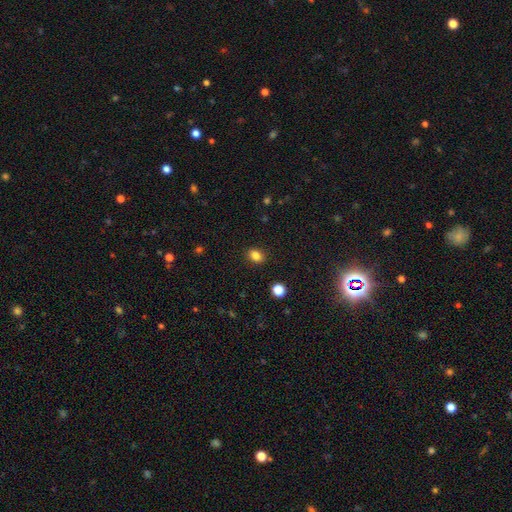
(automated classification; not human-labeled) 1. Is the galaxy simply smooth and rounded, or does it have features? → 83% smooth, 12% star or artifact, 6% featured or disk.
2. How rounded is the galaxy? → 65% in between, 33% round, 1% cigar-shaped.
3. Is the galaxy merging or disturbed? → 88% none, 8% minor disturbance, 2% major disturbance, 1% merger.